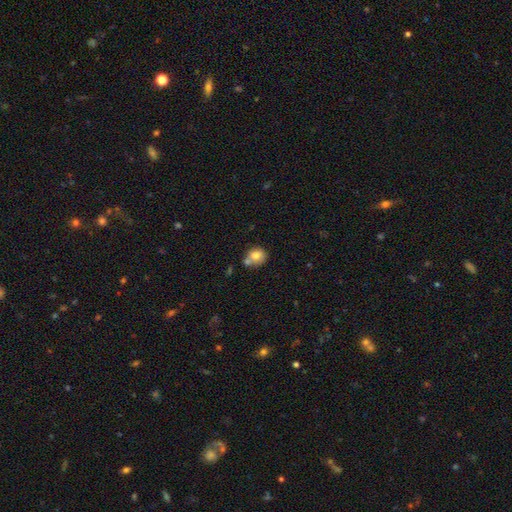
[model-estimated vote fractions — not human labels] Smooth or featured? smooth (77%)
How rounded? round (74%)
Merging? none (49%)